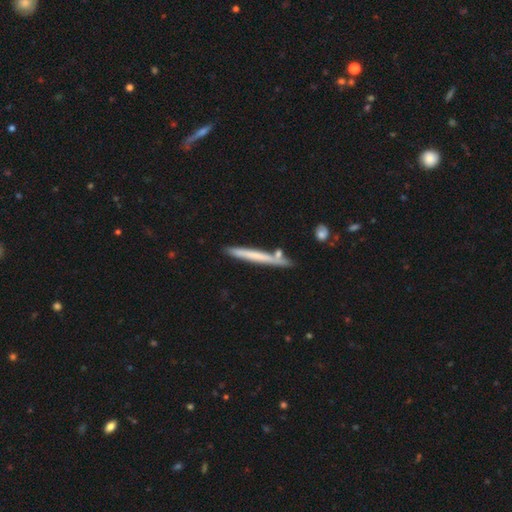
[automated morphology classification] smooth-or-featured: smooth: 57% | featured or disk: 38% | star or artifact: 6%
  how-rounded: cigar-shaped: 97% | in between: 2% | round: 1%
  merging: none: 80% | minor disturbance: 11% | merger: 6% | major disturbance: 2%